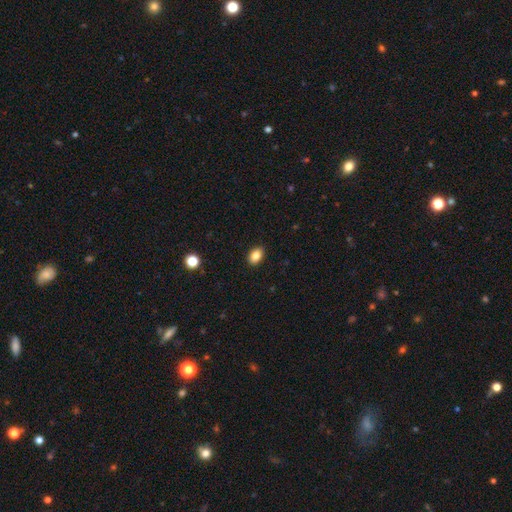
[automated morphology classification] type=smooth (85%); roundness=in between (82%); merging=none (90%).